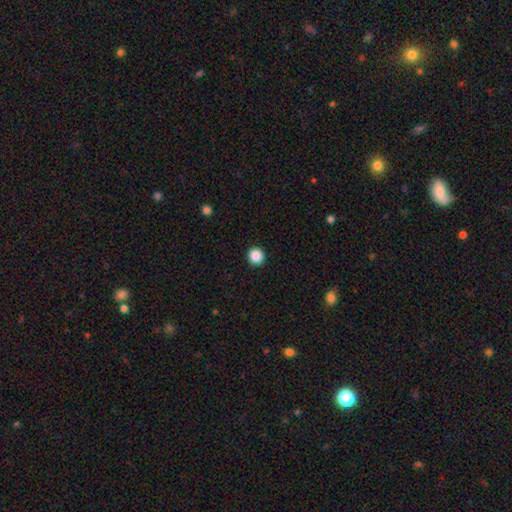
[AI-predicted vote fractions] Overall: smooth (88%). How rounded: round (94%). Merging: none (93%).